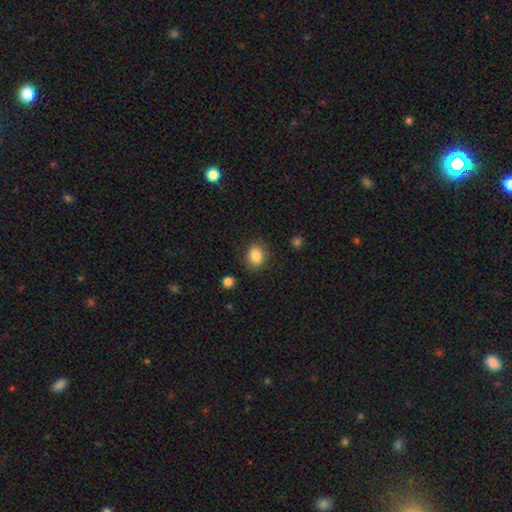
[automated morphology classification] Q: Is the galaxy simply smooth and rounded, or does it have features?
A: smooth — 85%.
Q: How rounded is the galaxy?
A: in between — 51%.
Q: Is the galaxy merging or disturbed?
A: none — 80%.